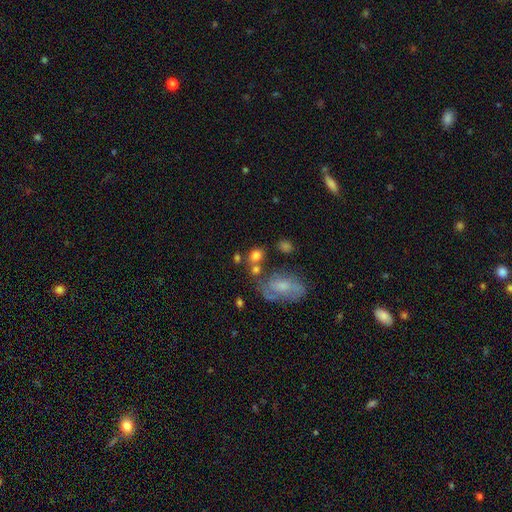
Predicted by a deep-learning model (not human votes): This is likely a smooth galaxy (76%). How rounded: possibly in between (50%). Merging: possibly none (55%).